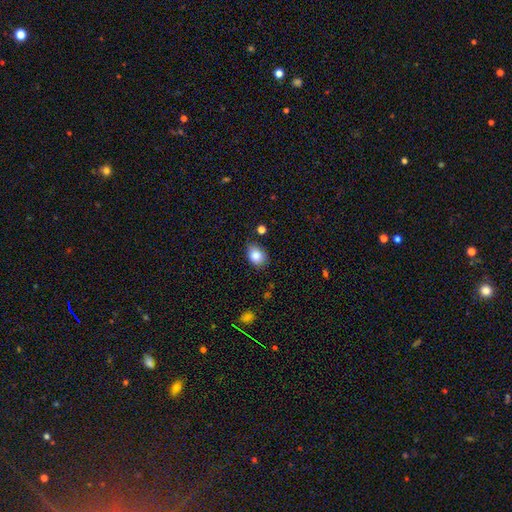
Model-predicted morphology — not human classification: Smooth or featured: smooth — 84% (star or artifact — 9%)
How rounded: in between — 68% (round — 31%)
Merging: none — 75% (minor disturbance — 19%)